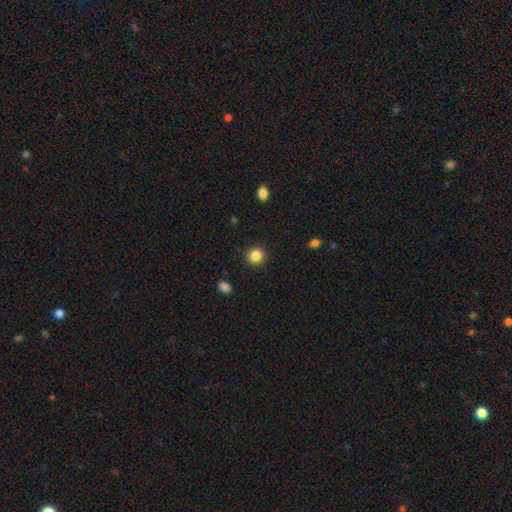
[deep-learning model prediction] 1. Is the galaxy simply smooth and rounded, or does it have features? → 85% smooth, 11% star or artifact, 4% featured or disk.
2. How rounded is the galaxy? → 91% round, 8% in between, 1% cigar-shaped.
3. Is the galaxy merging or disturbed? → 91% none, 6% minor disturbance, 2% major disturbance, 1% merger.